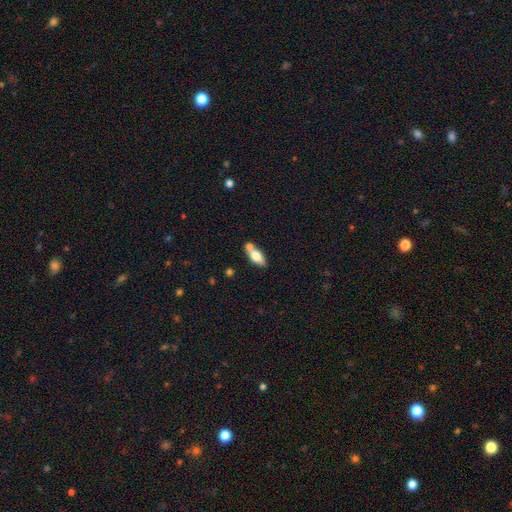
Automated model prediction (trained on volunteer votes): Q: Smooth or featured?
A: smooth (68%); runner-up: featured or disk (25%)
Q: How rounded?
A: in between (75%); runner-up: cigar-shaped (22%)
Q: Merging?
A: none (49%); runner-up: merger (32%)